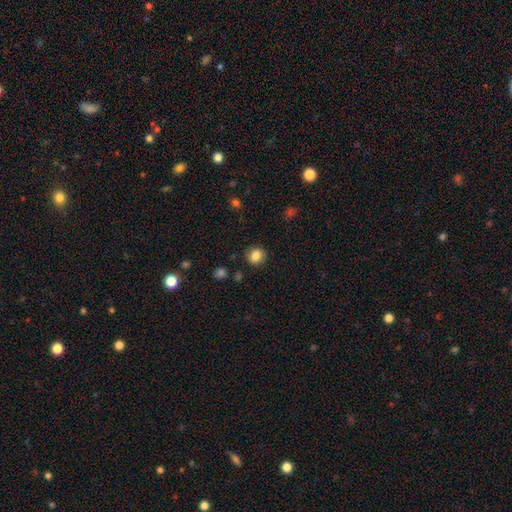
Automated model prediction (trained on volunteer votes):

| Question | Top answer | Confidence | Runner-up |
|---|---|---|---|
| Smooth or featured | smooth | 84% | star or artifact (10%) |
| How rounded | round | 81% | in between (19%) |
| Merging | none | 88% | minor disturbance (8%) |